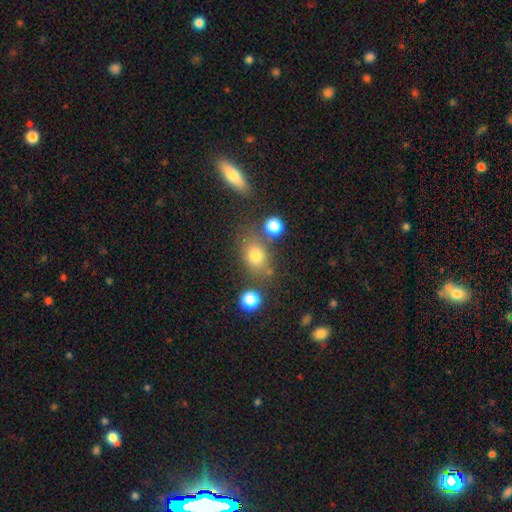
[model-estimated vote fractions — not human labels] The model was most divided on "how rounded": in between: 60%, round: 38%, cigar-shaped: 2%. More confident: smooth or featured — smooth (76%); merging — none (66%).